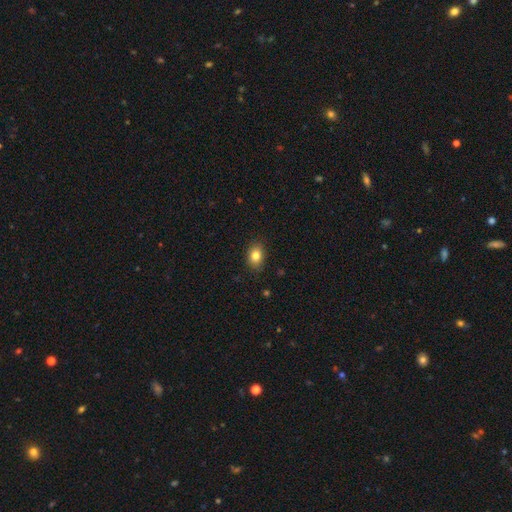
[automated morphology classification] This appears to be a smooth galaxy with no disk features (83%) that is in between round and cigar-shaped (69%). Merging: none (86%).